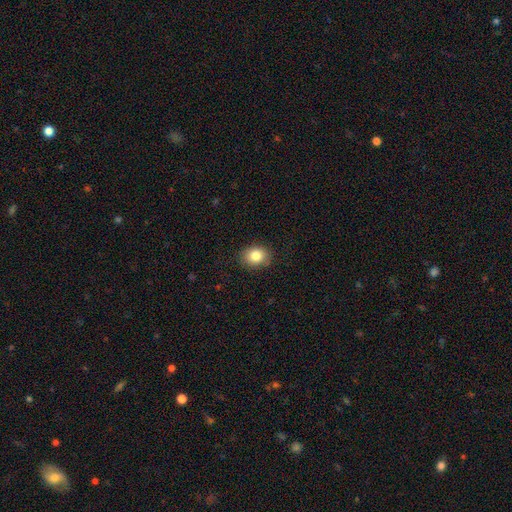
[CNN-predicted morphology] A smooth galaxy with no disk features (84%) that is round (50%, tied with in between). Merging: none (86%).